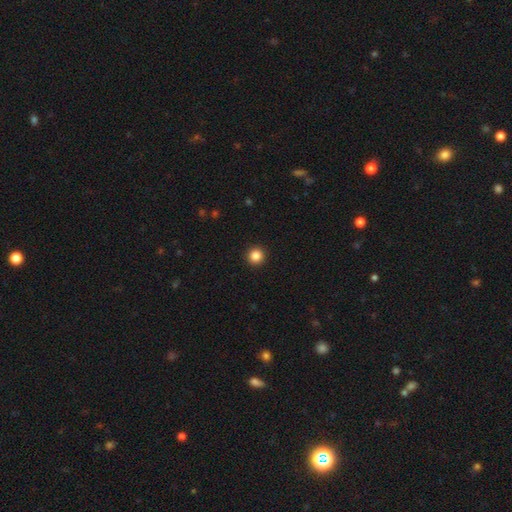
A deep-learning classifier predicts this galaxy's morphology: type=smooth (85%); roundness=round (96%); merging=none (94%).